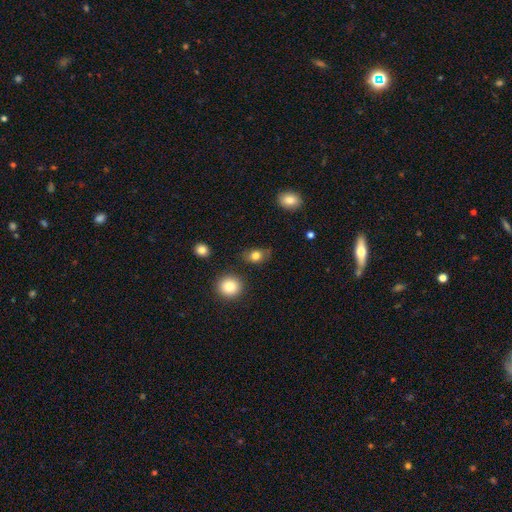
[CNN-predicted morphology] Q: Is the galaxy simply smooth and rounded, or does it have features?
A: smooth — 81%.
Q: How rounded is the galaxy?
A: in between — 61%.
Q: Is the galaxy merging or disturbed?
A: none — 76%.